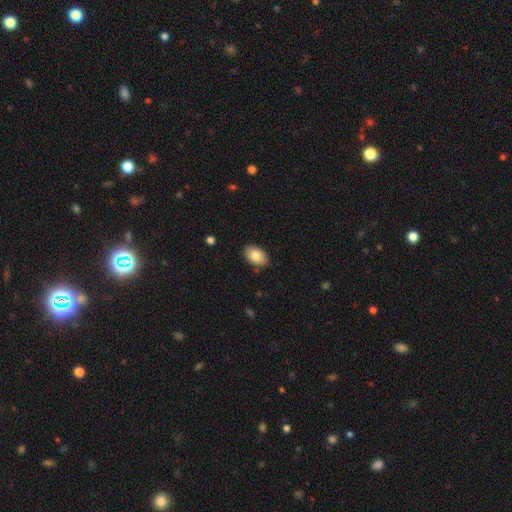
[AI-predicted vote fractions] A smooth galaxy with no disk features (82%) that is in between round and cigar-shaped (89%). Merging: none (87%).